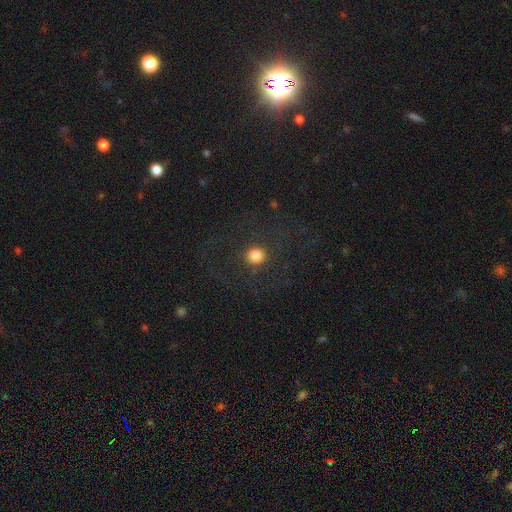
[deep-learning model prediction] This appears to be a smooth galaxy with no disk features (74%) that is round (90%). Merging: none (82%).